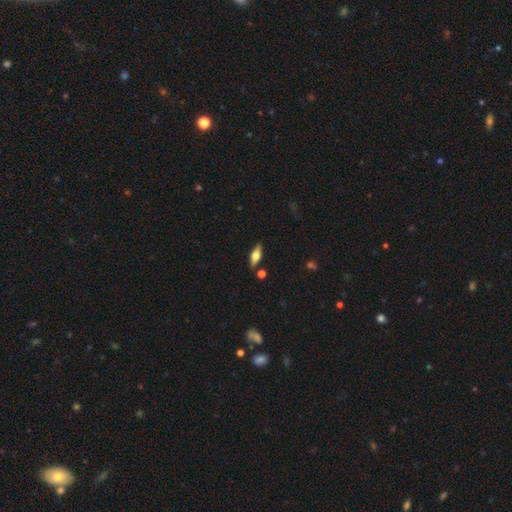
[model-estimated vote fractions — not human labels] The model was most divided on "smooth or featured": smooth: 51%, featured or disk: 42%, star or artifact: 7%. More confident: merging — none (84%); how rounded — in between (66%).